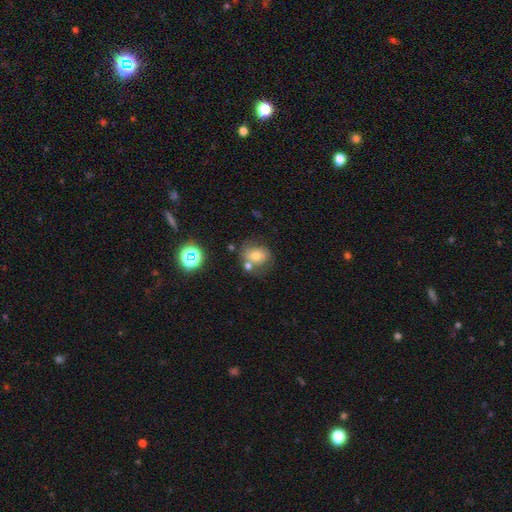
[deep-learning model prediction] A smooth galaxy with no disk features (60%) that is round (64%).

Vote fractions:
- Smooth or featured? smooth: 60% / featured or disk: 25% / star or artifact: 15%
- How rounded? round: 64% / in between: 35% / cigar-shaped: 1%
- Merging? none: 49% / merger: 23% / minor disturbance: 20% / major disturbance: 9%